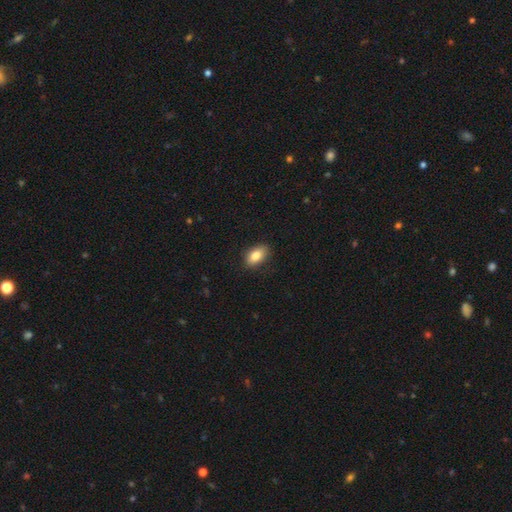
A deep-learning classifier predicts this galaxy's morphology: type=smooth (82%); roundness=in between (89%); merging=none (86%).